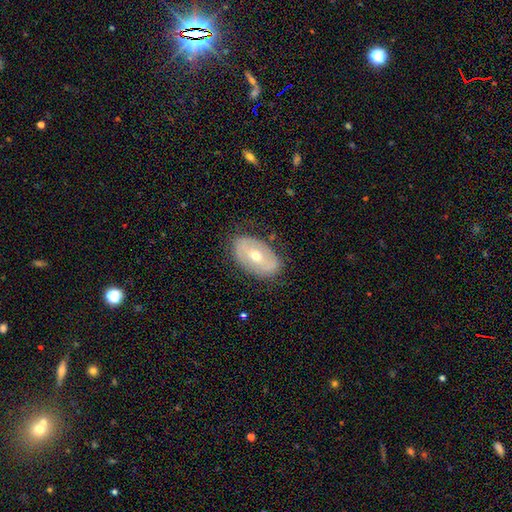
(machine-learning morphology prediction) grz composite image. It shows a featured or disk galaxy (57%) with no bar (46%), no spiral arms (63%) and a moderate central bulge (62%). Merging: none (78%).